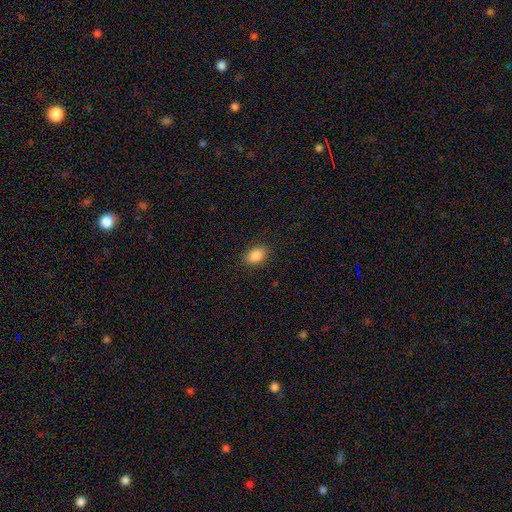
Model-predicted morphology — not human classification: This is clearly a smooth galaxy (87%). How rounded: clearly in between (84%). Merging: clearly none (86%).